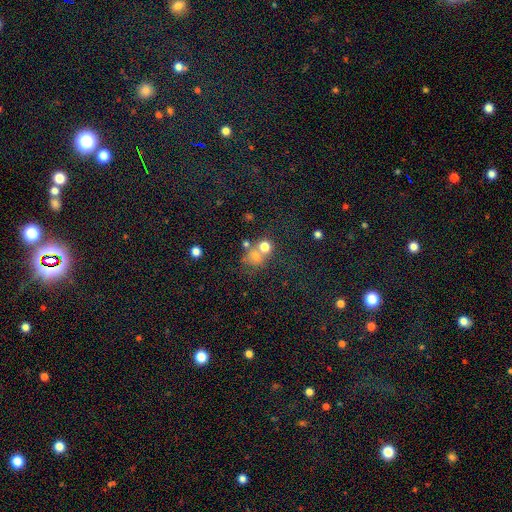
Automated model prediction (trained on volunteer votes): A smooth galaxy with no disk features (59%) that is round (75%).

Vote fractions:
- Smooth or featured? smooth: 59% / star or artifact: 26% / featured or disk: 15%
- How rounded? round: 75% / in between: 24% / cigar-shaped: 1%
- Merging? none: 48% / merger: 33% / minor disturbance: 11% / major disturbance: 8%